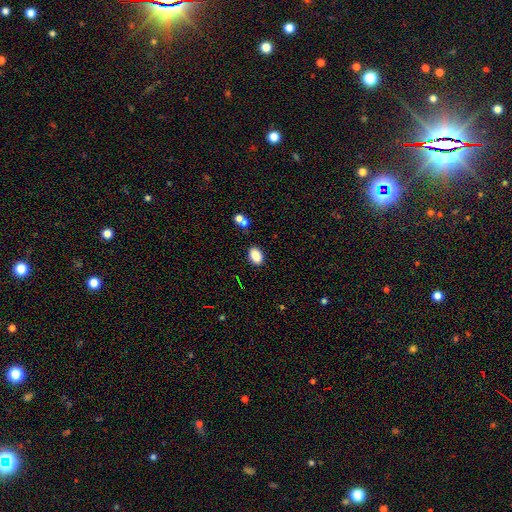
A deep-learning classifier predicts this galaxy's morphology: smooth-or-featured: smooth: 86% | star or artifact: 9% | featured or disk: 4%
  how-rounded: in between: 86% | round: 12% | cigar-shaped: 2%
  merging: none: 83% | minor disturbance: 10% | merger: 4% | major disturbance: 3%